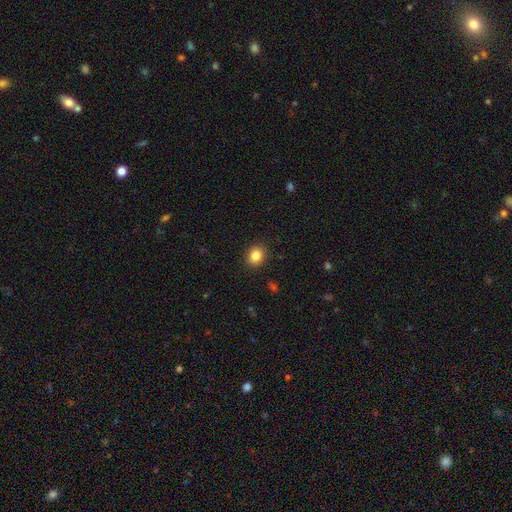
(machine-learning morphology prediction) Q: Smooth or featured?
A: smooth (85%); runner-up: star or artifact (10%)
Q: How rounded?
A: round (60%); runner-up: in between (39%)
Q: Merging?
A: none (90%); runner-up: minor disturbance (7%)